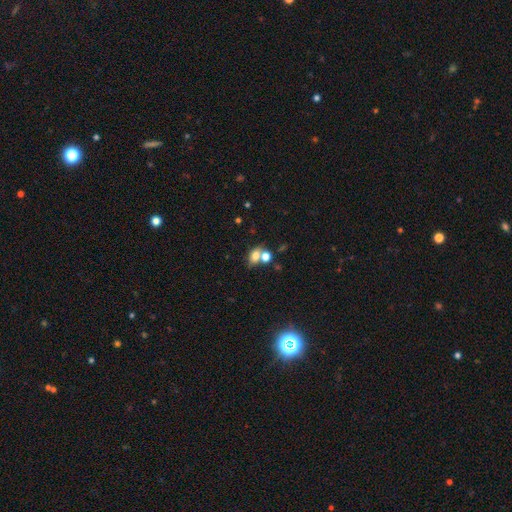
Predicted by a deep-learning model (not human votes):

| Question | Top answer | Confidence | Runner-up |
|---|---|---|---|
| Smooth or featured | smooth | 72% | featured or disk (15%) |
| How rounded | in between | 68% | round (30%) |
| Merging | merger | 47% | none (38%) |